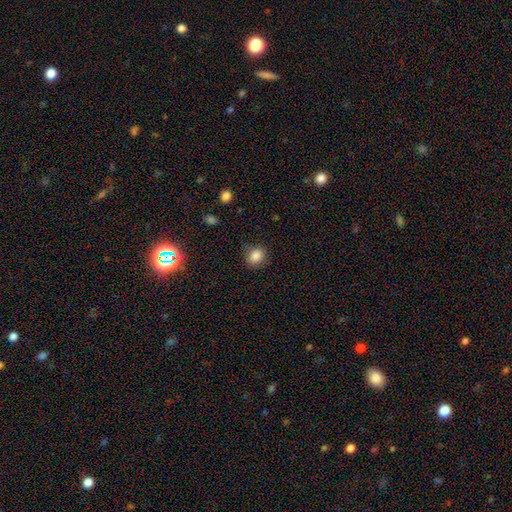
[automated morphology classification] smooth-or-featured: smooth: 85% | star or artifact: 11% | featured or disk: 5%
  how-rounded: round: 65% | in between: 34% | cigar-shaped: 1%
  merging: none: 79% | minor disturbance: 16% | major disturbance: 4% | merger: 1%